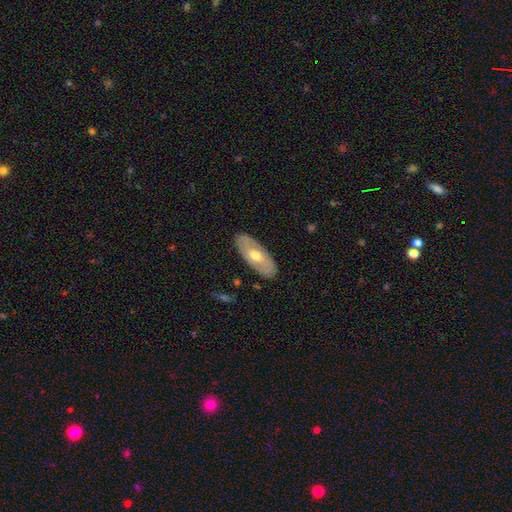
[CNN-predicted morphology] A featured or disk galaxy (55%). Merging: none (86%).